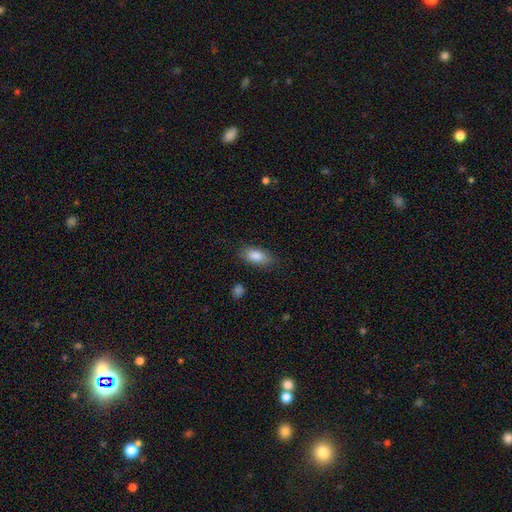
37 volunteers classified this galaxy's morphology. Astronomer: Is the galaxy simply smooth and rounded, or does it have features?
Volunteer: smooth — 86%.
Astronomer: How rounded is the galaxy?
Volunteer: in between — 97%.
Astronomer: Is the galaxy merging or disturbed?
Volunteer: none — 74%.